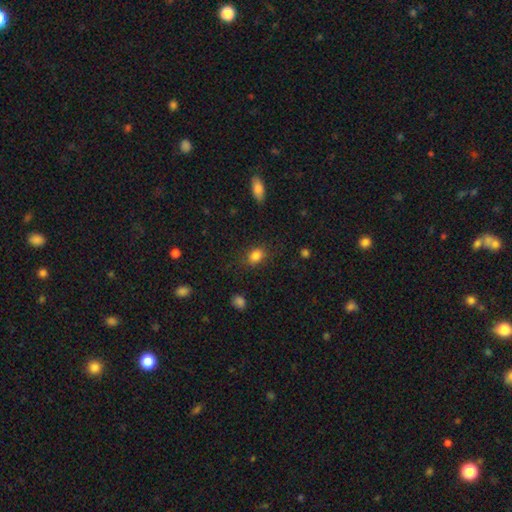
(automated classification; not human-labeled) Morphology: type=smooth (84%); roundness=in between (65%); merging=none (80%).